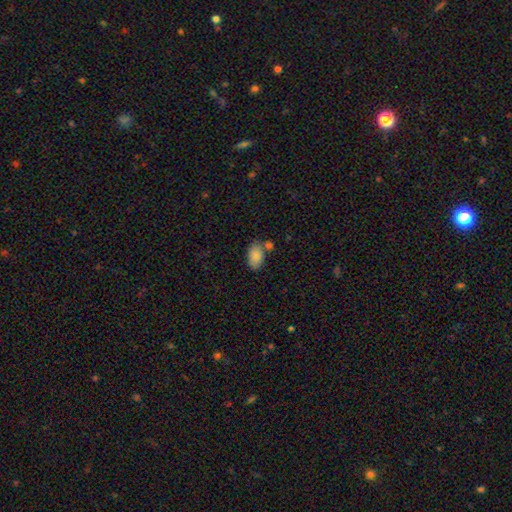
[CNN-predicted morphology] Q: Smooth or featured?
A: smooth (86%); runner-up: star or artifact (7%)
Q: How rounded?
A: in between (92%); runner-up: round (6%)
Q: Merging?
A: none (61%); runner-up: minor disturbance (17%)